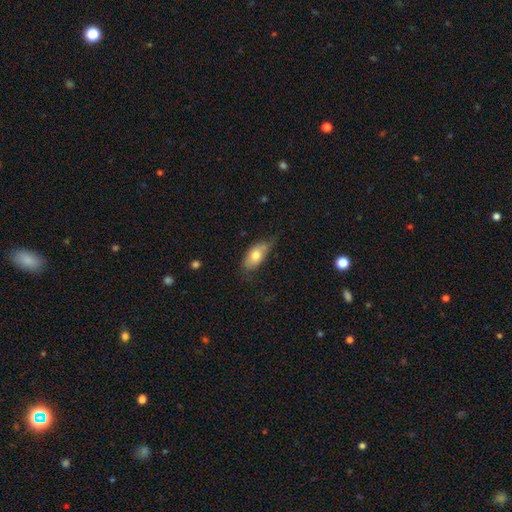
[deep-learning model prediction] Q: Smooth or featured?
A: smooth (70%); runner-up: featured or disk (24%)
Q: How rounded?
A: in between (89%); runner-up: cigar-shaped (7%)
Q: Merging?
A: none (57%); runner-up: minor disturbance (33%)